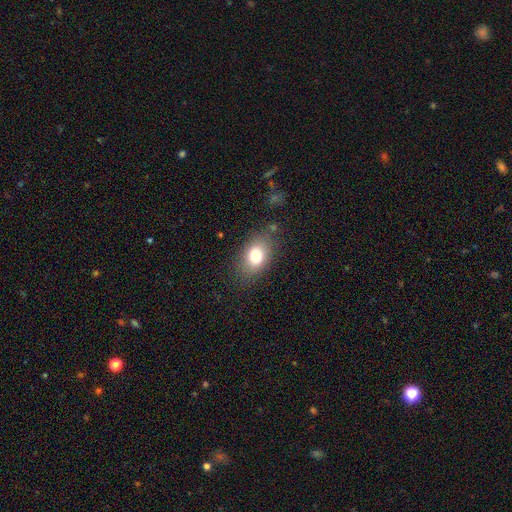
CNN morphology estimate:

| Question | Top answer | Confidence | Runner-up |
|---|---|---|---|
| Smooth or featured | smooth | 78% | featured or disk (13%) |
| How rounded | in between | 81% | round (18%) |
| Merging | none | 77% | minor disturbance (15%) |